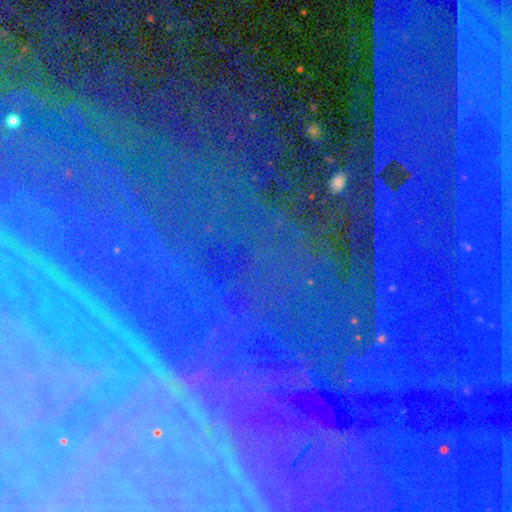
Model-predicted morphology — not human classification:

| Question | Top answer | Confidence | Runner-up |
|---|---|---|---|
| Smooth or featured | star or artifact | 78% | featured or disk (12%) |